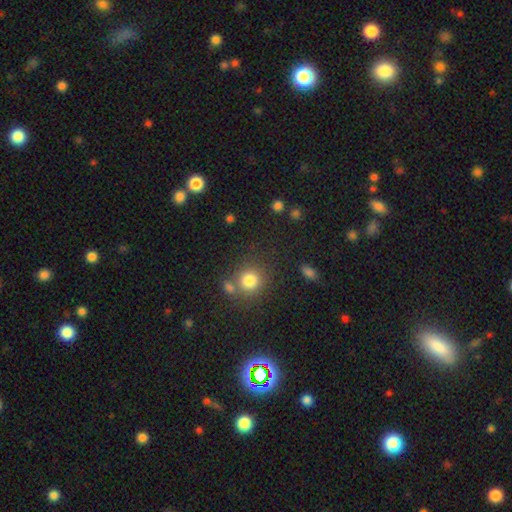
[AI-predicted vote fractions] Morphology: type=smooth (60%); roundness=round (91%); merging=none (79%).